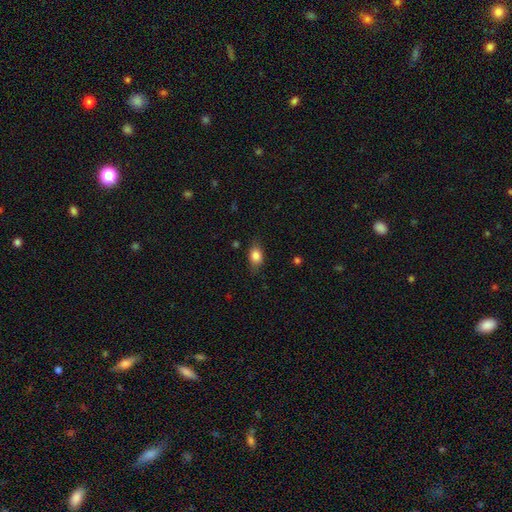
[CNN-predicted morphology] Smooth or featured? Predicted: smooth (p=0.83). How rounded? Predicted: in between (p=0.76). Merging? Predicted: none (p=0.77).